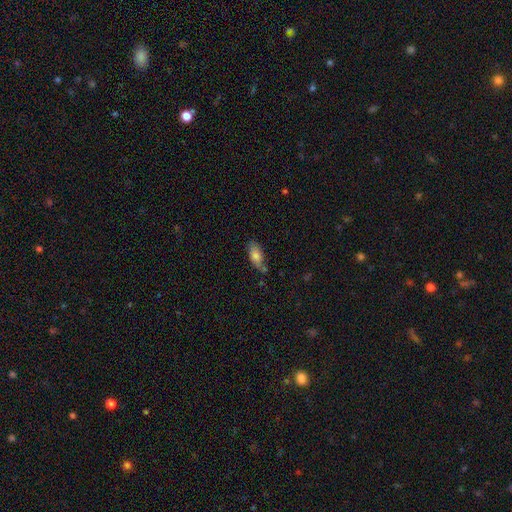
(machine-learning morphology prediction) smooth-or-featured: smooth: 74% | featured or disk: 18% | star or artifact: 8%
  how-rounded: in between: 86% | cigar-shaped: 11% | round: 3%
  merging: none: 57% | minor disturbance: 27% | merger: 9% | major disturbance: 7%